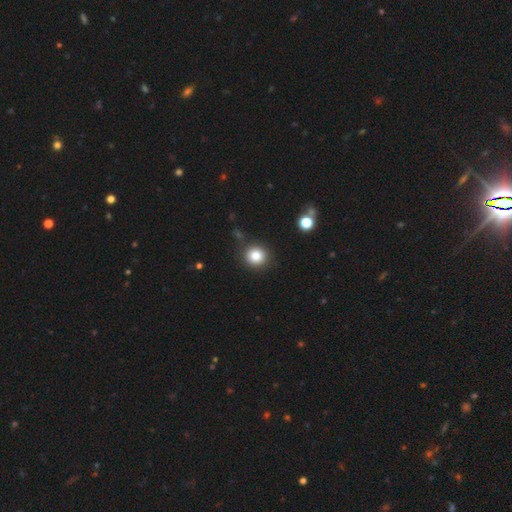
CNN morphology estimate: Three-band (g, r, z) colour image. It shows a smooth galaxy with no disk features (84%) that is round (90%). Merging: none (86%).